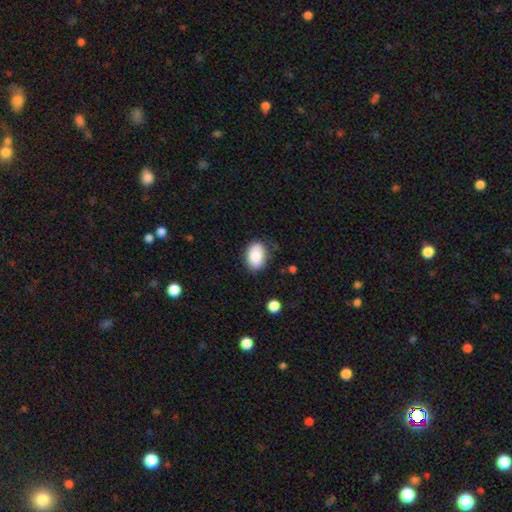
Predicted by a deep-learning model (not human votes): A smooth galaxy with no disk features (87%) that is in between round and cigar-shaped (87%).

Vote fractions:
- Smooth or featured? smooth: 87% / star or artifact: 7% / featured or disk: 6%
- How rounded? in between: 87% / round: 12% / cigar-shaped: 1%
- Merging? none: 81% / minor disturbance: 14% / major disturbance: 3% / merger: 2%